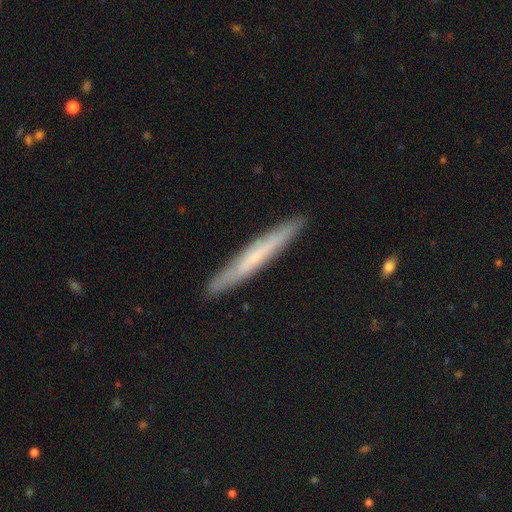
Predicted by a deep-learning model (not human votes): Q: Smooth or featured?
A: smooth (50%); runner-up: featured or disk (44%)
Q: Merging?
A: none (91%); runner-up: minor disturbance (7%)